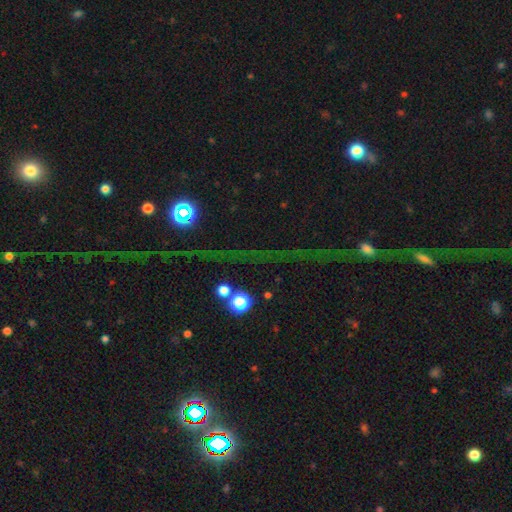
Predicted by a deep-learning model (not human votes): This is likely a star or artifact rather than a galaxy (73%).